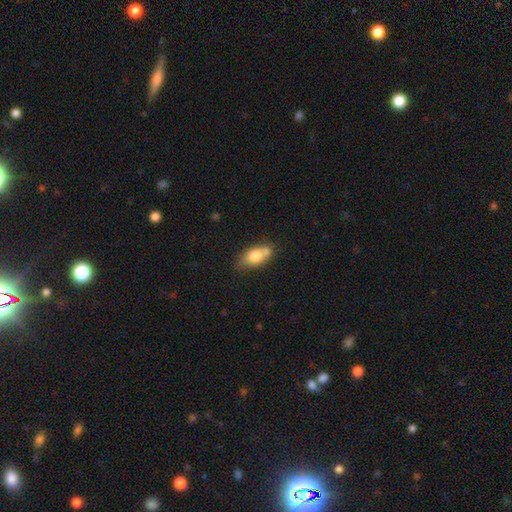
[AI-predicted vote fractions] The model was most divided on "merging": none: 47%, merger: 28%, minor disturbance: 20%, major disturbance: 5%. More confident: how rounded — in between (83%); smooth or featured — smooth (73%).